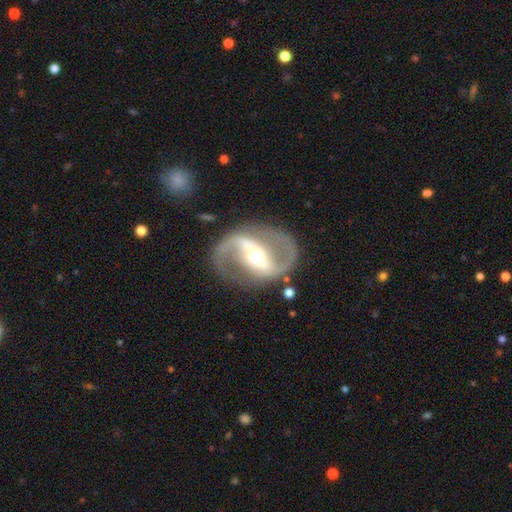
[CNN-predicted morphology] A featured or disk galaxy (90%) with a strong bar (60%), 2 (93%) medium (52%) spiral arms (94%) and a moderate central bulge (66%).

Vote fractions:
- Smooth or featured? featured or disk: 90% / smooth: 5% / star or artifact: 5%
- Edge-on disk? no: 97% / yes: 3%
- Bar? strong: 60% / weak: 27% / no: 14%
- Spiral arms? yes: 94% / no: 6%
- Spiral winding? medium: 52% / loose: 32% / tight: 15%
- Spiral arm count? 2: 93% / can't tell: 2% / 1: 2% / 3: 1% / 4: 1% / more than 4: 1%
- Bulge size? moderate: 66% / small: 24% / large: 8% / dominant: 1% / none: 1%
- Merging? none: 84% / minor disturbance: 10% / major disturbance: 5% / merger: 2%